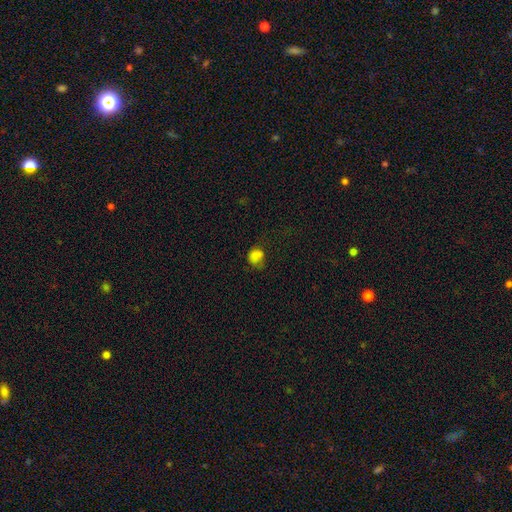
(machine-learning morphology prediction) smooth-or-featured: smooth: 74% | star or artifact: 17% | featured or disk: 9%
  how-rounded: round: 57% | in between: 42% | cigar-shaped: 1%
  merging: none: 47% | minor disturbance: 29% | major disturbance: 19% | merger: 6%